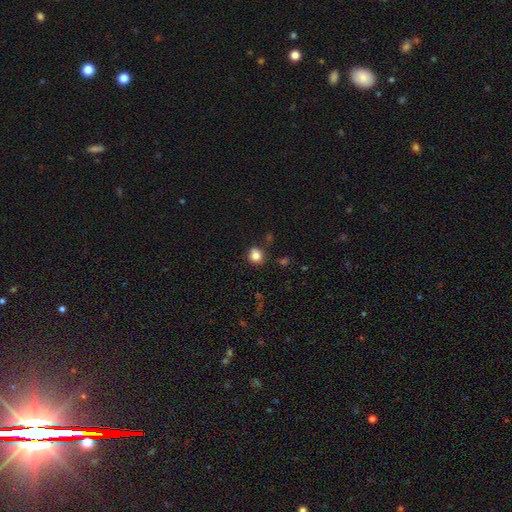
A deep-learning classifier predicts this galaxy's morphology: The model was most divided on "merging": none: 80%, minor disturbance: 13%, merger: 4%, major disturbance: 3%. More confident: how rounded — round (85%); smooth or featured — smooth (82%).